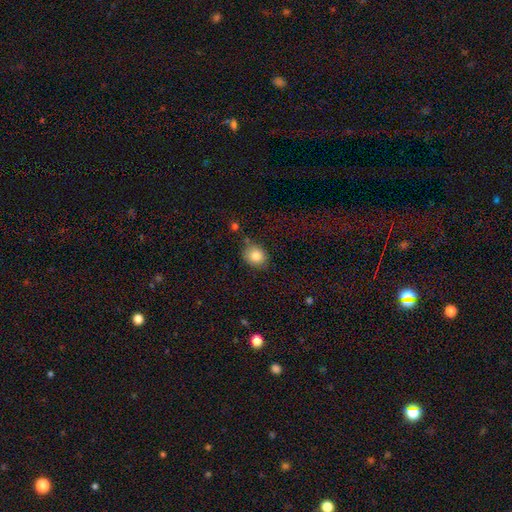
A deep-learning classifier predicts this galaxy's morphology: smooth 83%, star or artifact 10%, featured or disk 7%. Down the decision tree: how rounded — round (64%); merging — none (77%).